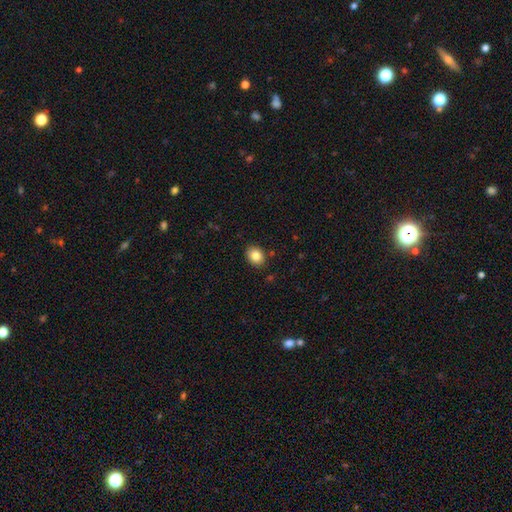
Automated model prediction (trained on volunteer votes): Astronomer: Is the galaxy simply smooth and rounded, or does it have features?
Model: smooth — 83%.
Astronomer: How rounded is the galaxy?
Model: in between — 53% (runner-up: round, 46%).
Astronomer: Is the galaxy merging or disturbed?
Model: none — 88%.